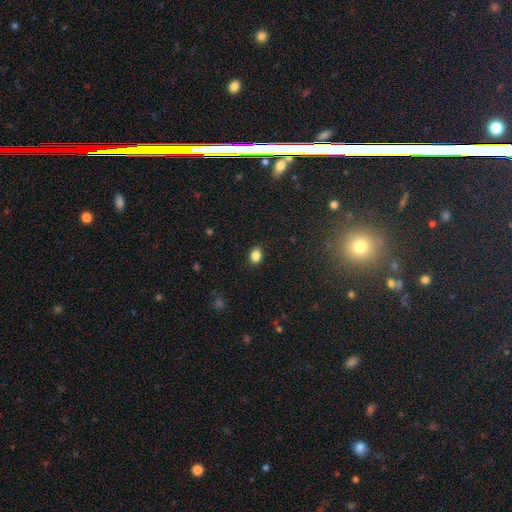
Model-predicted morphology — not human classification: Smooth or featured? smooth (85%)
How rounded? in between (66%)
Merging? none (88%)